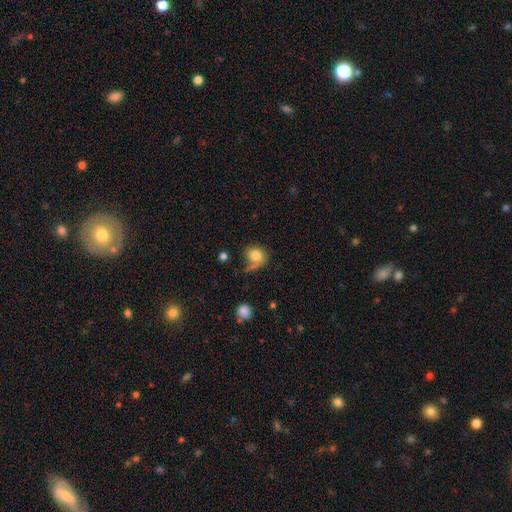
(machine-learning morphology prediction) type=smooth (74%); roundness=round (64%); merging=none (46%).